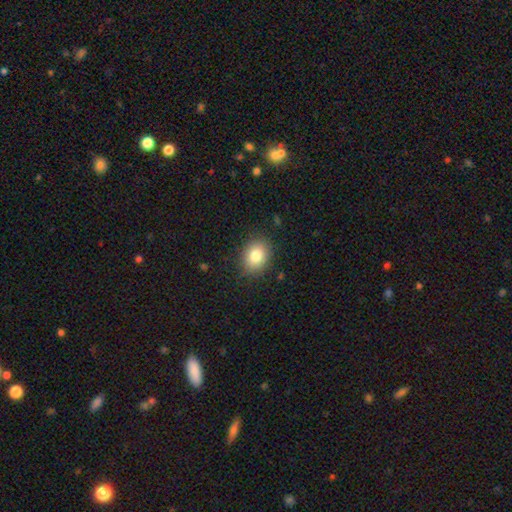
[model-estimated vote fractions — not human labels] Smooth or featured?
  - smooth: 82% *
  - star or artifact: 9%
  - featured or disk: 8%
How rounded?
  - in between: 53% *
  - round: 46%
  - cigar-shaped: 1%
Merging?
  - none: 87% *
  - minor disturbance: 10%
  - major disturbance: 3%
  - merger: 1%